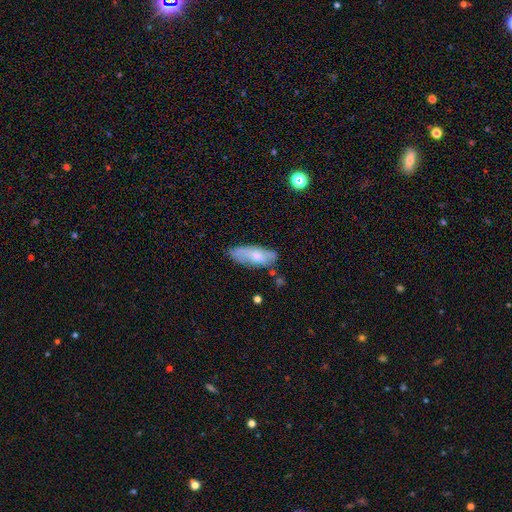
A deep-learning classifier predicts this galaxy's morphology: type=smooth (58%); roundness=in between (73%); merging=none (57%).